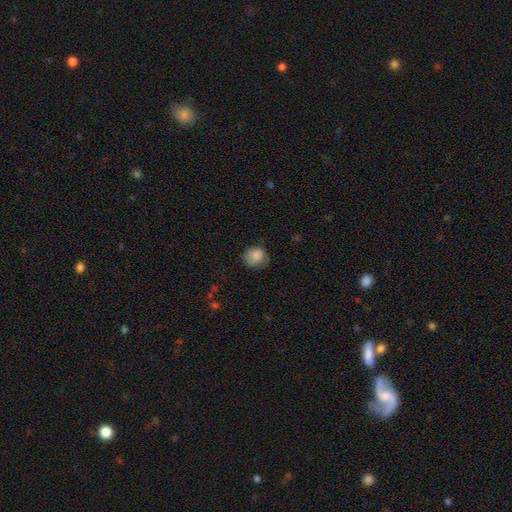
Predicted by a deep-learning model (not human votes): Smooth or featured: smooth — 85% (star or artifact — 8%)
How rounded: round — 82% (in between — 17%)
Merging: none — 74% (minor disturbance — 20%)